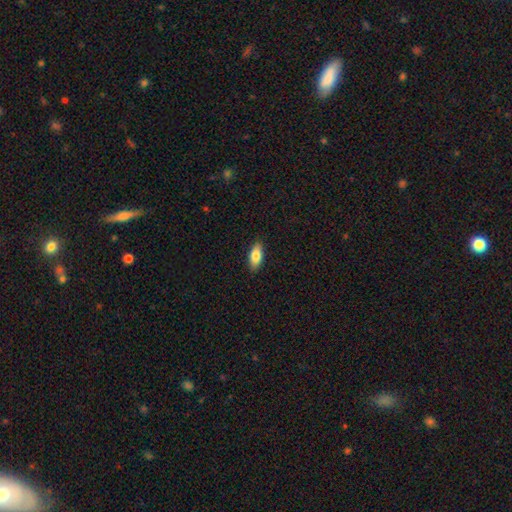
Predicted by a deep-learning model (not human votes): Smooth or featured? smooth (82%)
How rounded? in between (86%)
Merging? none (88%)